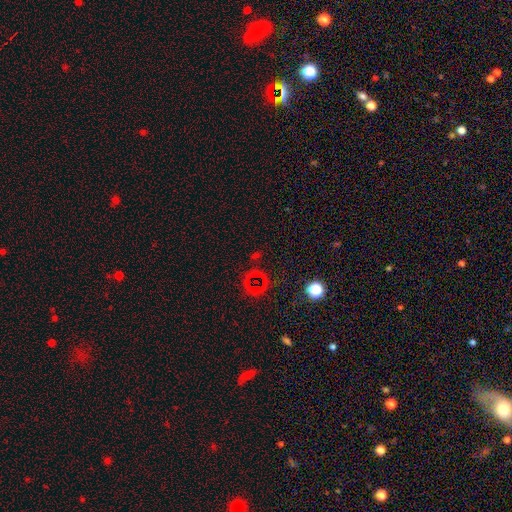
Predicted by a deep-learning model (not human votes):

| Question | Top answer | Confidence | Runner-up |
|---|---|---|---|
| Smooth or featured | star or artifact | 65% | smooth (25%) |